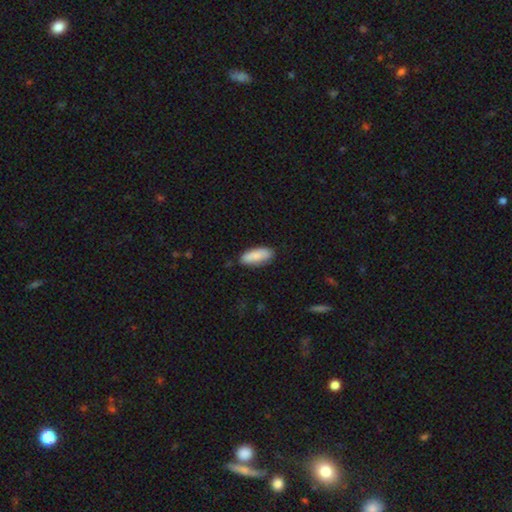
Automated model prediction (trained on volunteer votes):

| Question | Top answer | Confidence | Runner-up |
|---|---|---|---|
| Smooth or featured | smooth | 85% | featured or disk (9%) |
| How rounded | in between | 80% | cigar-shaped (19%) |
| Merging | none | 82% | minor disturbance (14%) |